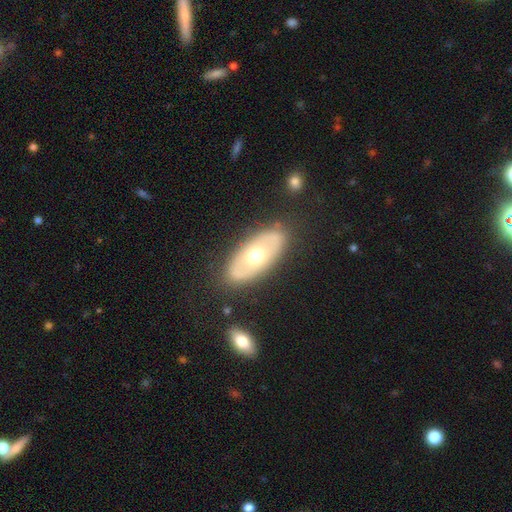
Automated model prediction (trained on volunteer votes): Smooth or featured: featured or disk — 51% (smooth — 43%)
Edge-on disk: no — 83% (yes — 17%)
Merging: none — 83% (minor disturbance — 11%)